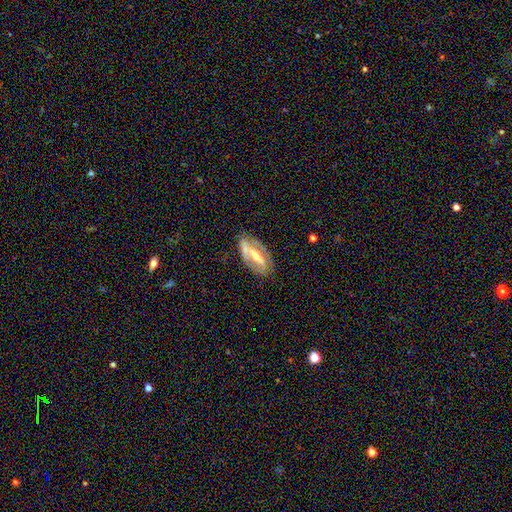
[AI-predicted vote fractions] A featured or disk galaxy (72%) with a strong bar (59%), spiral arms (54%) and a moderate central bulge (61%). Merging: none (68%).